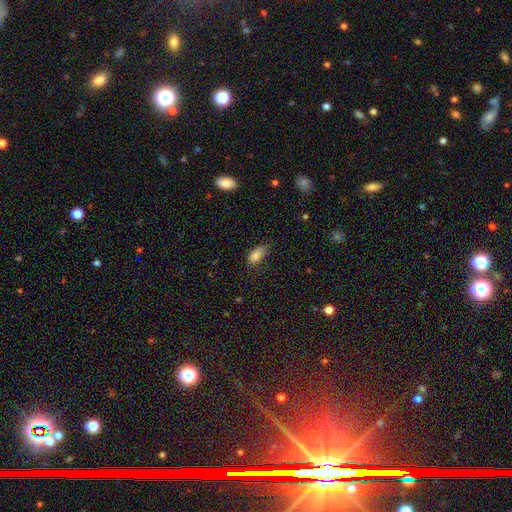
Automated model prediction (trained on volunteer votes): smooth 81%, featured or disk 10%, star or artifact 9%. Down the decision tree: how rounded — in between (90%); merging — none (62%).